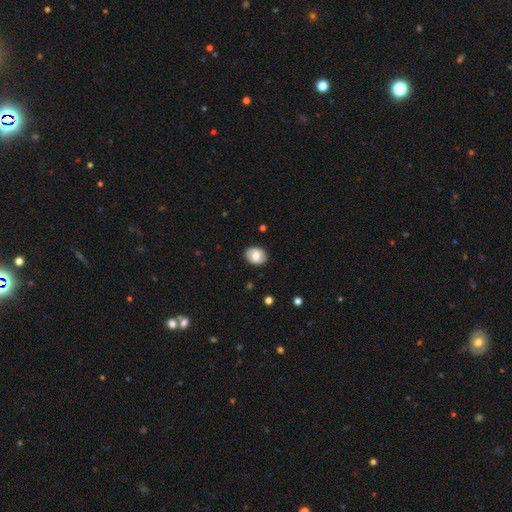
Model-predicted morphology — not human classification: Smooth or featured? smooth (59%)
How rounded? in between (62%)
Merging? none (84%)